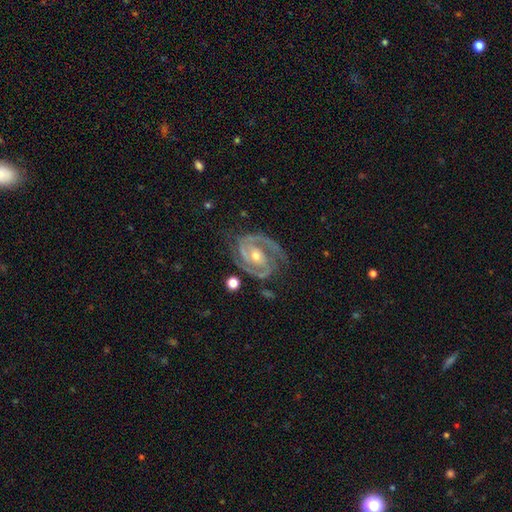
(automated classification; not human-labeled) This is clearly a featured or disk galaxy (92%). It is clearly not viewed edge-on (97%). Bar: marginally no (39%). Spiral arm pattern: clearly yes (98%). Spiral arm count: clearly 2 (85%). Spiral winding: possibly tight (59%). Central bulge: possibly moderate (56%). Merging: likely none (75%).